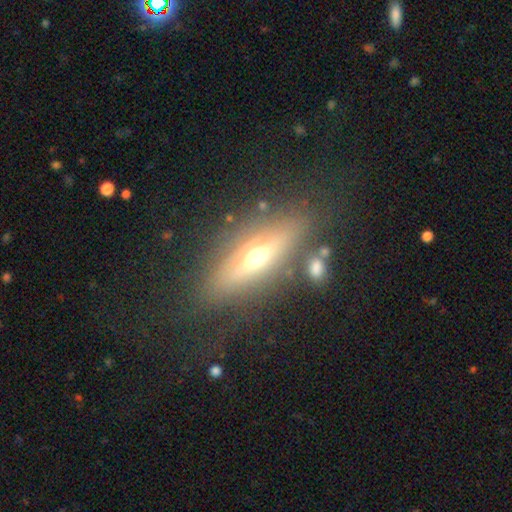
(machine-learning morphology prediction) This is likely a featured or disk galaxy (62%). It is clearly viewed edge-on (81%). Merging: likely none (76%).